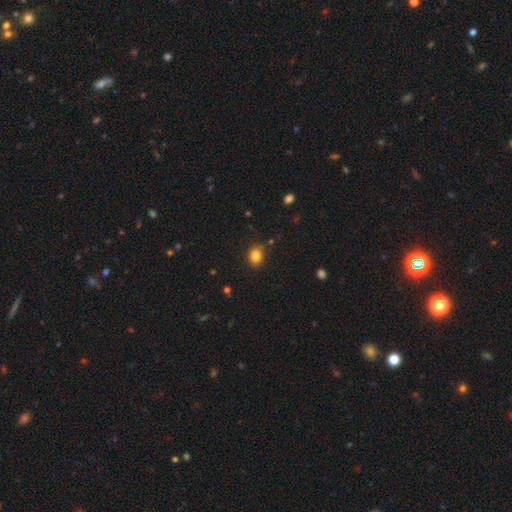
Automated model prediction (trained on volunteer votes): A smooth galaxy with no disk features (82%) that is round (50%).

Vote fractions:
- Smooth or featured? smooth: 82% / star or artifact: 11% / featured or disk: 6%
- How rounded? round: 50% / in between: 49% / cigar-shaped: 1%
- Merging? none: 81% / minor disturbance: 14% / major disturbance: 3% / merger: 2%